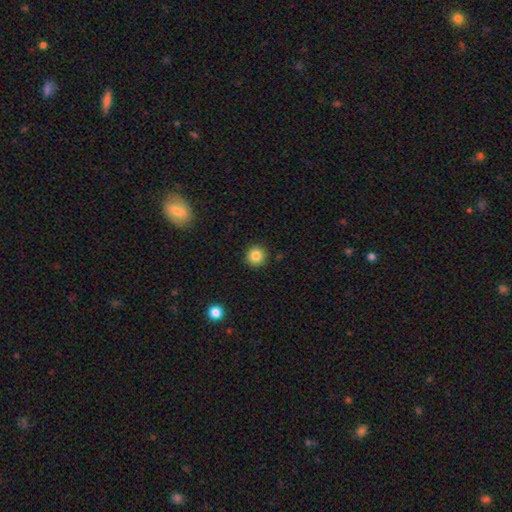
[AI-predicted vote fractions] A smooth galaxy with no disk features (84%) that is round (94%). Merging: none (92%).